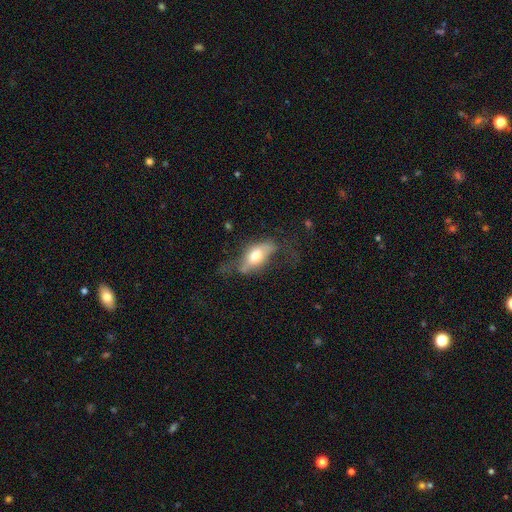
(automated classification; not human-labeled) Overall: smooth (49%; featured or disk 44%). Merging: none (40%; major disturbance 30%).